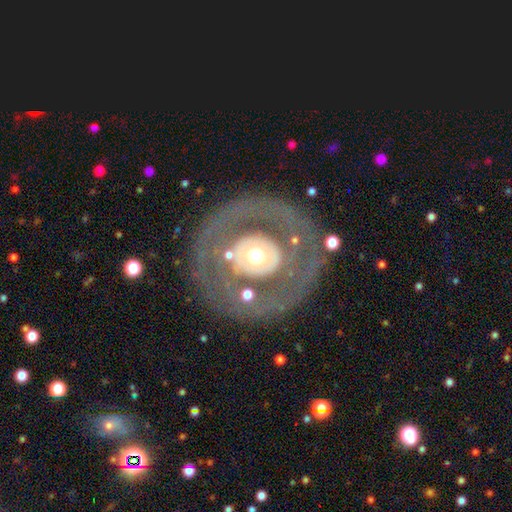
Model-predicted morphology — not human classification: Q: Smooth or featured?
A: featured or disk (68%); runner-up: smooth (25%)
Q: Edge-on disk?
A: no (95%); runner-up: yes (5%)
Q: Bar?
A: no (88%); runner-up: weak (8%)
Q: Spiral arms?
A: no (61%); runner-up: yes (39%)
Q: Bulge size?
A: moderate (51%); runner-up: large (36%)
Q: Merging?
A: none (73%); runner-up: major disturbance (12%)